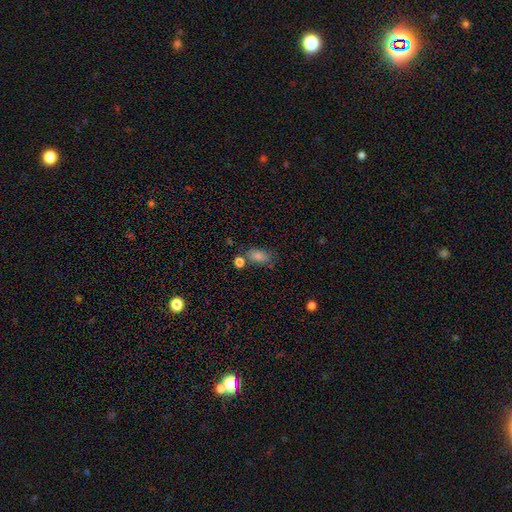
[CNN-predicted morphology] type=smooth (70%); roundness=in between (83%); merging=none (70%).